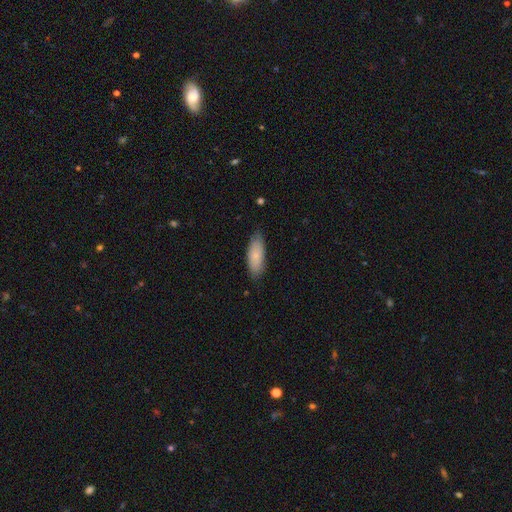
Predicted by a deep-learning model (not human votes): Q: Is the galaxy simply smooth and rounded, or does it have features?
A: smooth — 78%.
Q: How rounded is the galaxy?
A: in between — 74%.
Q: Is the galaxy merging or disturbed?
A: none — 81%.